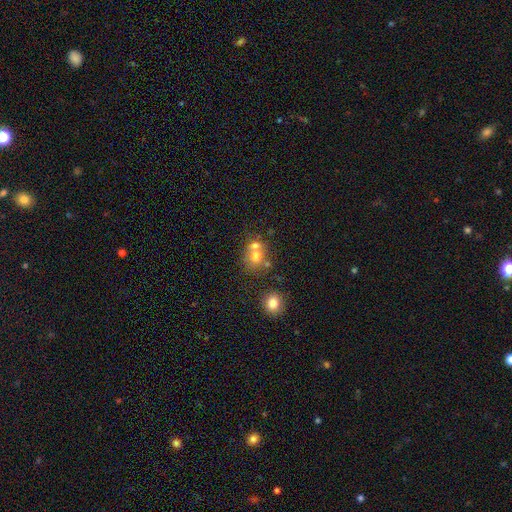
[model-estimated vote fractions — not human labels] smooth-or-featured: smooth: 66% | featured or disk: 20% | star or artifact: 14%
  how-rounded: round: 67% | in between: 32% | cigar-shaped: 1%
  merging: merger: 49% | none: 35% | minor disturbance: 10% | major disturbance: 5%